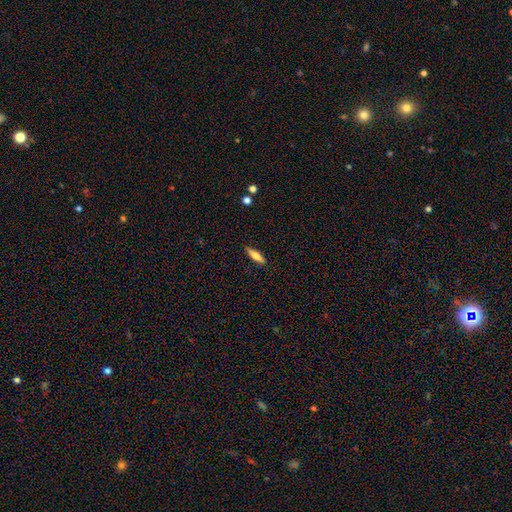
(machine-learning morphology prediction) This appears to be a smooth galaxy with no disk features (69%) that is cigar-shaped (60%). Merging: none (88%).